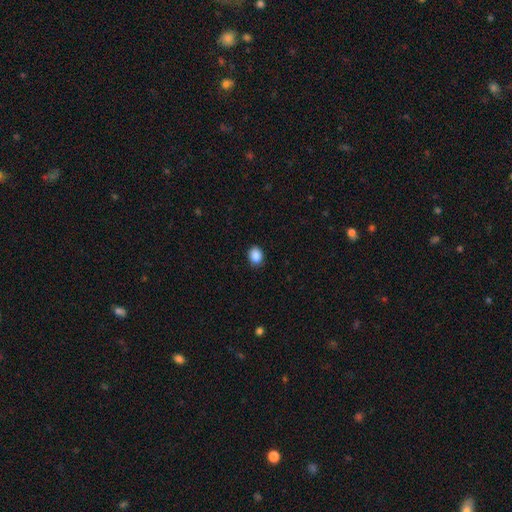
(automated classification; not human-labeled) Q: Smooth or featured?
A: smooth (89%); runner-up: star or artifact (8%)
Q: How rounded?
A: in between (54%); runner-up: round (45%)
Q: Merging?
A: none (87%); runner-up: minor disturbance (10%)